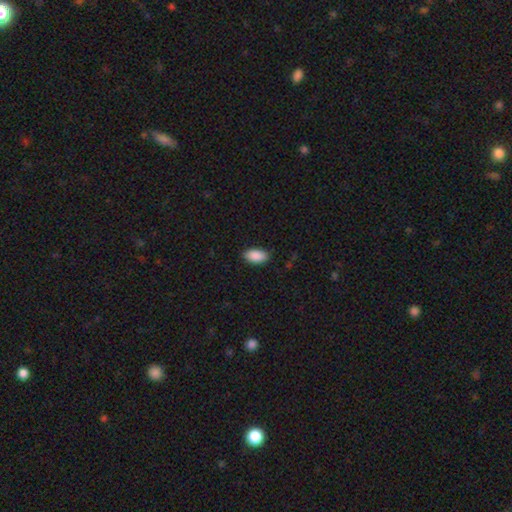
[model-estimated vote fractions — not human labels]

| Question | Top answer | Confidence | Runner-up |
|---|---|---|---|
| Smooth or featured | smooth | 90% | star or artifact (7%) |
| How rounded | in between | 94% | round (3%) |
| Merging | none | 87% | minor disturbance (10%) |